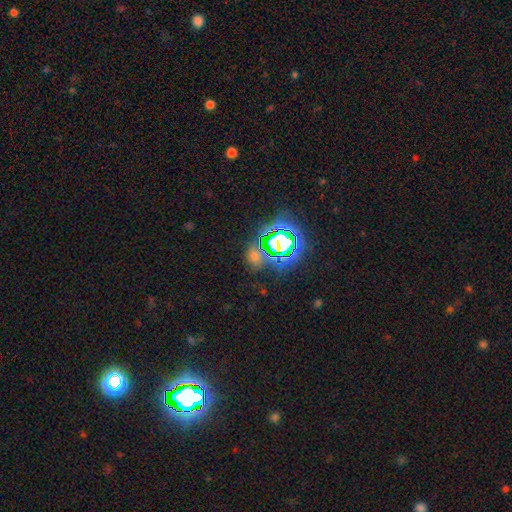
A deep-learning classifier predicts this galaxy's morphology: Smooth or featured?
  - star or artifact: 66% *
  - smooth: 25%
  - featured or disk: 9%